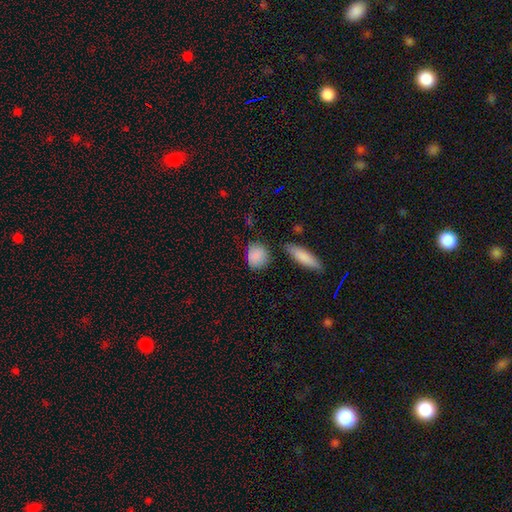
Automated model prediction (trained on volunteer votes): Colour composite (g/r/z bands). It shows a smooth galaxy with no disk features (87%) that is round (67%). Merging: none (77%).